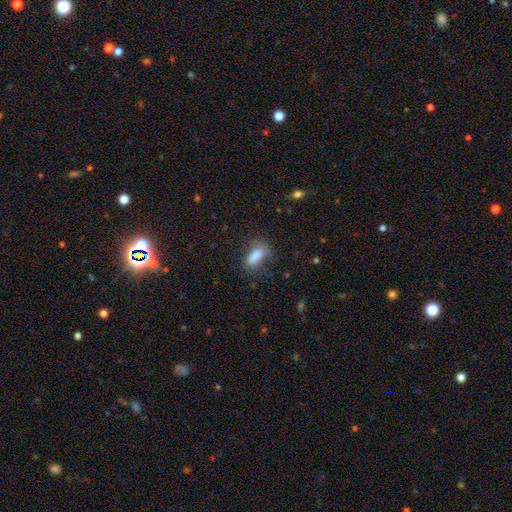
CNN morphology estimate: Smooth or featured? smooth (80%)
How rounded? in between (82%)
Merging? none (66%)